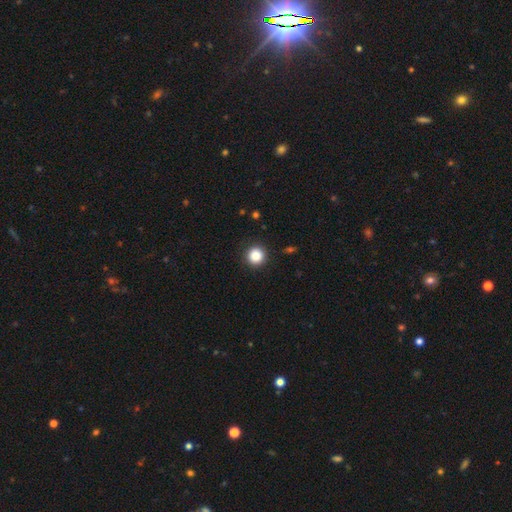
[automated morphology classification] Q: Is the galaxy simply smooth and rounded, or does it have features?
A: smooth — 86%.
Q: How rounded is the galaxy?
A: round — 95%.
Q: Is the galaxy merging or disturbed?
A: none — 91%.